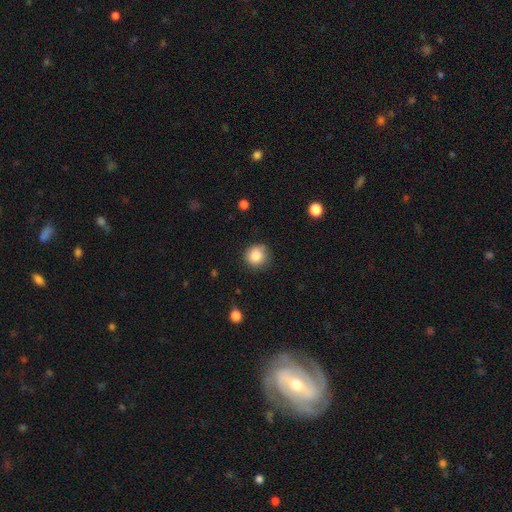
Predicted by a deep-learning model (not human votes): The model was most divided on "merging": none: 81%, minor disturbance: 14%, major disturbance: 3%, merger: 1%. More confident: how rounded — round (91%); smooth or featured — smooth (85%).